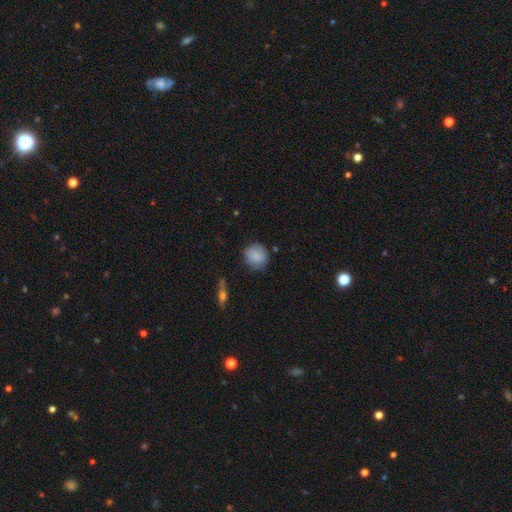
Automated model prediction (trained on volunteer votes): Overall: smooth (80%). How rounded: round (82%). Merging: none (73%).